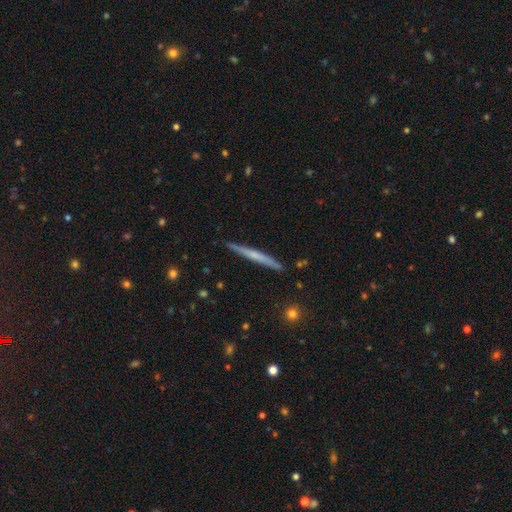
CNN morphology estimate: Q: Smooth or featured?
A: featured or disk (49%); runner-up: smooth (45%)
Q: Merging?
A: none (90%); runner-up: minor disturbance (8%)